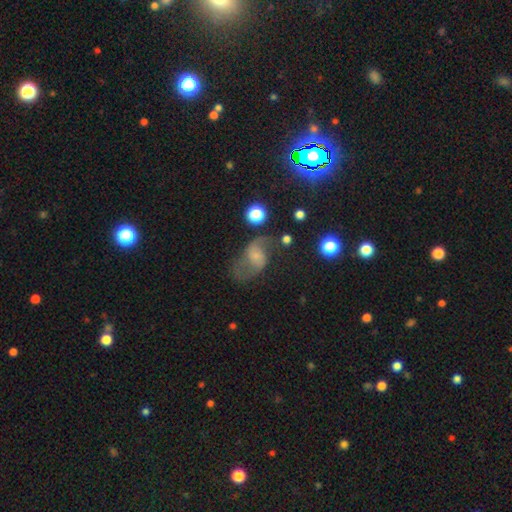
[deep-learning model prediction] A featured or disk galaxy (58%) with no bar (51%), spiral arms (85%) and a small central bulge (44%).

Vote fractions:
- Smooth or featured? featured or disk: 58% / smooth: 27% / star or artifact: 15%
- Edge-on disk? no: 96% / yes: 4%
- Bar? no: 51% / weak: 38% / strong: 11%
- Spiral arms? yes: 85% / no: 15%
- Bulge size? small: 44% / moderate: 24% / none: 24% / large: 6% / dominant: 2%
- Merging? none: 47% / major disturbance: 27% / minor disturbance: 22% / merger: 5%